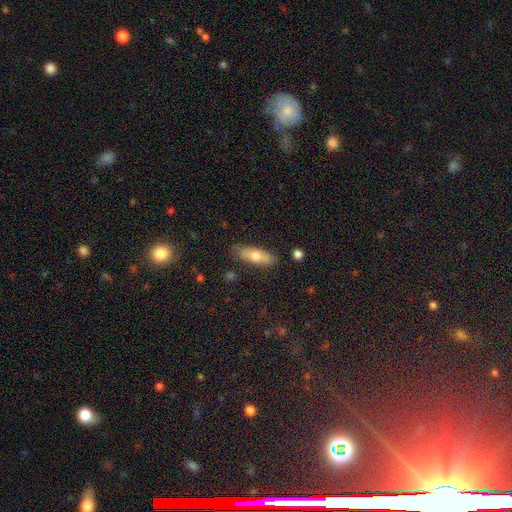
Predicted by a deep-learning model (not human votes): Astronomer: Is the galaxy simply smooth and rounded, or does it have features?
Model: smooth — 66%.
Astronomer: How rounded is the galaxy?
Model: in between — 55% (runner-up: cigar-shaped, 43%).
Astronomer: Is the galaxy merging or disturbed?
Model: none — 84%.